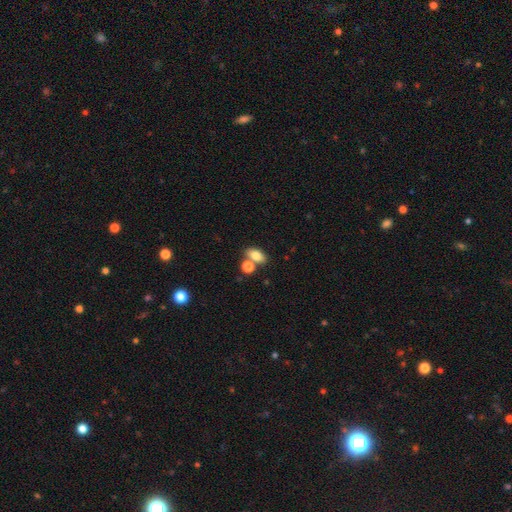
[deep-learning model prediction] Overall: smooth (80%). How rounded: in between (83%). Merging: none (54%; merger 31%).